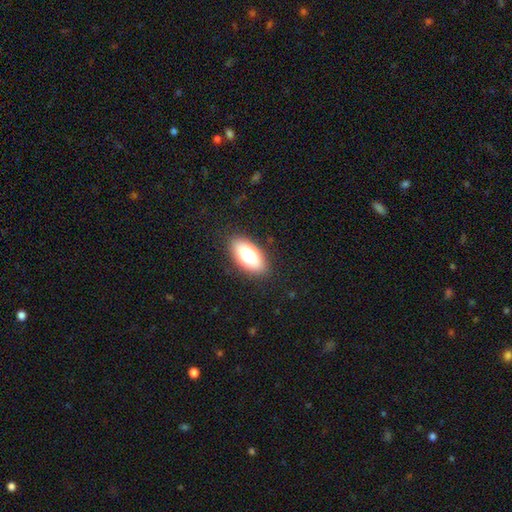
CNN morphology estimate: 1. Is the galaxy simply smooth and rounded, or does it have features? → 81% smooth, 12% featured or disk, 8% star or artifact.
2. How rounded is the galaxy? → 90% in between, 7% cigar-shaped, 4% round.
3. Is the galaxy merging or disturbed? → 88% none, 8% minor disturbance, 2% major disturbance, 1% merger.